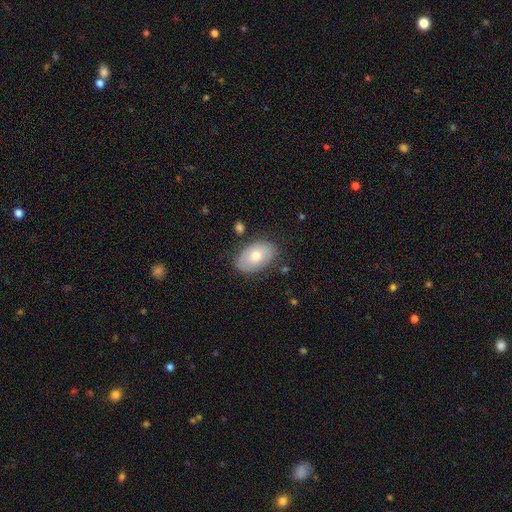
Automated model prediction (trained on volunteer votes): This is likely a smooth galaxy (69%). How rounded: clearly in between (90%). Merging: likely none (80%).